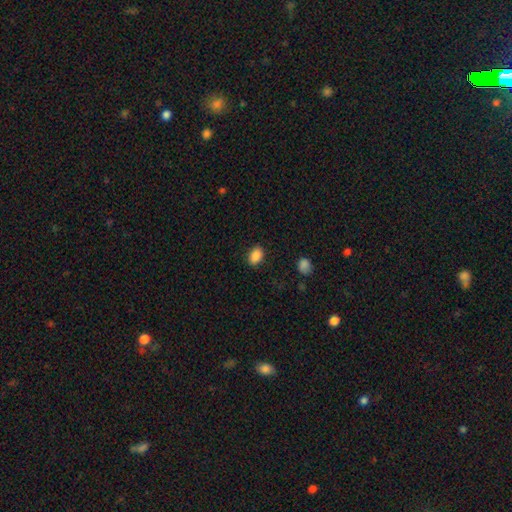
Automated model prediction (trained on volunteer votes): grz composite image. It shows a smooth galaxy with no disk features (88%) that is in between round and cigar-shaped (81%). Merging: none (87%).